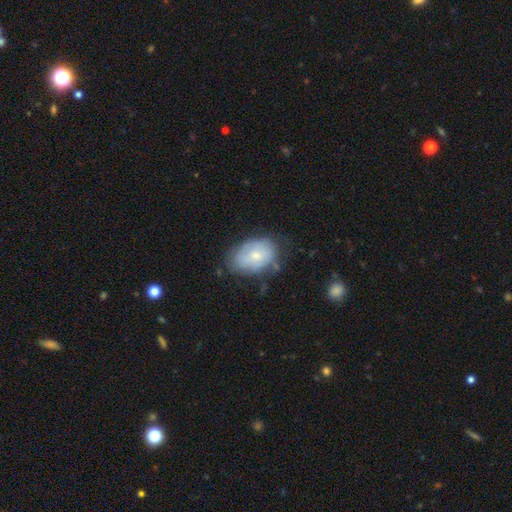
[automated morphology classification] The model was most divided on "smooth or featured": smooth: 52%, featured or disk: 41%, star or artifact: 7%. More confident: how rounded — in between (83%); merging — none (60%).